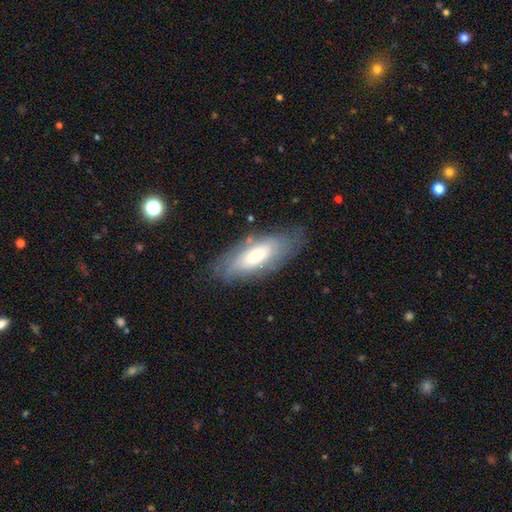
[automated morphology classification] Smooth or featured?
  - smooth: 50% *
  - featured or disk: 43%
  - star or artifact: 7%
Merging?
  - none: 76% *
  - minor disturbance: 16%
  - major disturbance: 5%
  - merger: 2%